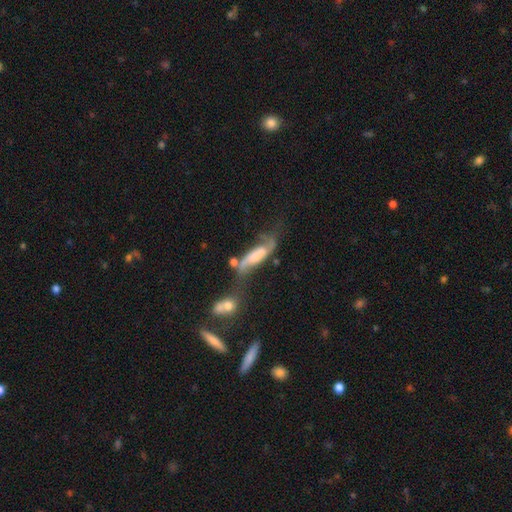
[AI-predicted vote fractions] A featured or disk galaxy (58%).

Vote fractions:
- Smooth or featured? featured or disk: 58% / smooth: 33% / star or artifact: 8%
- Edge-on disk? no: 79% / yes: 21%
- Merging? merger: 34% / none: 29% / major disturbance: 19% / minor disturbance: 18%